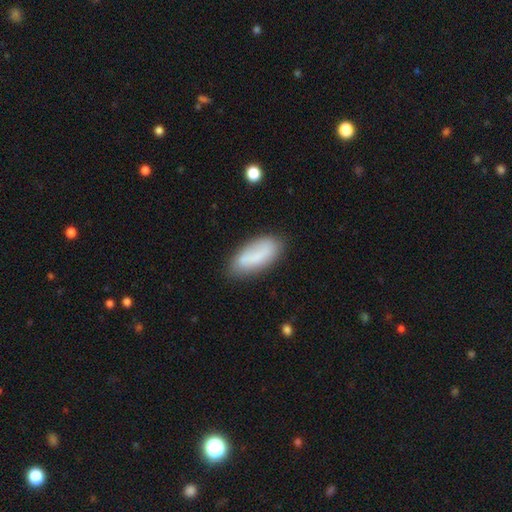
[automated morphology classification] The model was most divided on "smooth or featured": smooth: 71%, featured or disk: 22%, star or artifact: 8%. More confident: how rounded — in between (81%); merging — none (71%).